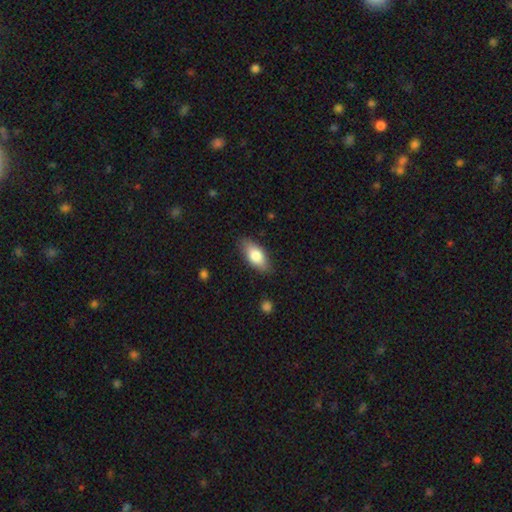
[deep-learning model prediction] Q: Smooth or featured?
A: smooth (78%); runner-up: featured or disk (16%)
Q: How rounded?
A: in between (86%); runner-up: cigar-shaped (10%)
Q: Merging?
A: none (84%); runner-up: minor disturbance (12%)